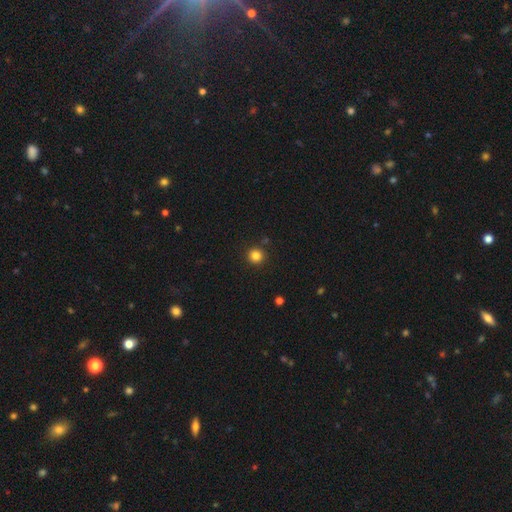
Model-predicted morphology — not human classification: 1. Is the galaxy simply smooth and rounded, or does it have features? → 83% smooth, 12% star or artifact, 4% featured or disk.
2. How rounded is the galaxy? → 95% round, 5% in between, 1% cigar-shaped.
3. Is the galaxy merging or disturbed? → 91% none, 5% minor disturbance, 2% merger, 2% major disturbance.